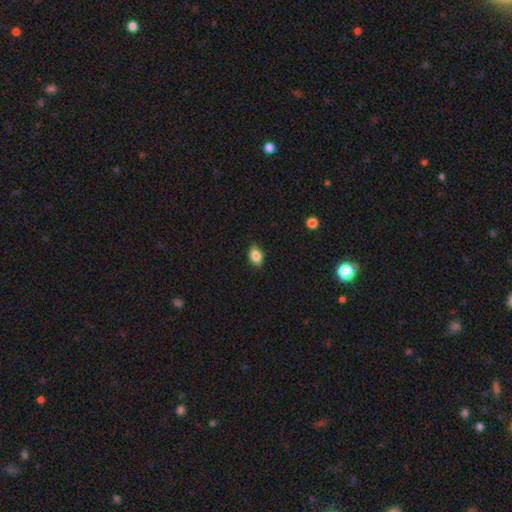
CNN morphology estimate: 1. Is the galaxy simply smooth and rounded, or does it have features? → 84% smooth, 9% star or artifact, 7% featured or disk.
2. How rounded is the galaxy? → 74% in between, 24% round, 2% cigar-shaped.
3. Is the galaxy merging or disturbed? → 85% none, 12% minor disturbance, 2% major disturbance, 1% merger.